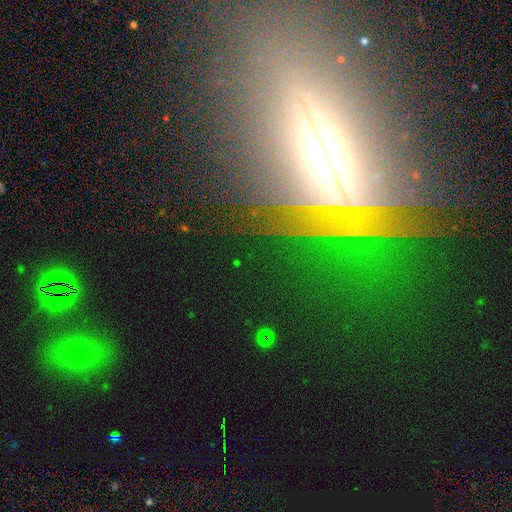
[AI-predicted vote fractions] featured or disk 51%, star or artifact 32%, smooth 17%. Down the decision tree: edge-on disk — yes (68%); merging — none (71%).